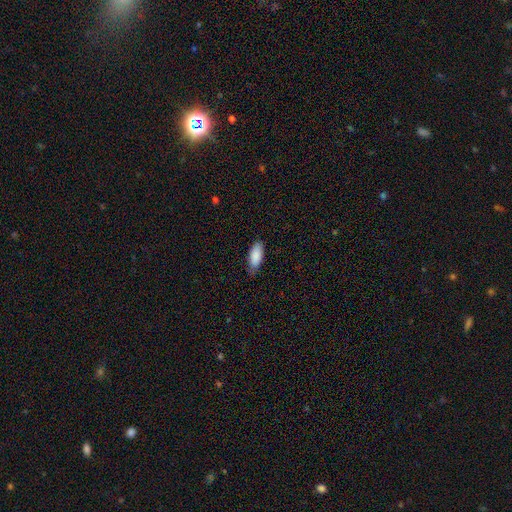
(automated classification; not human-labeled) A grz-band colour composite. It shows a smooth galaxy with no disk features (88%) that is in between round and cigar-shaped (85%). Merging: none (73%).